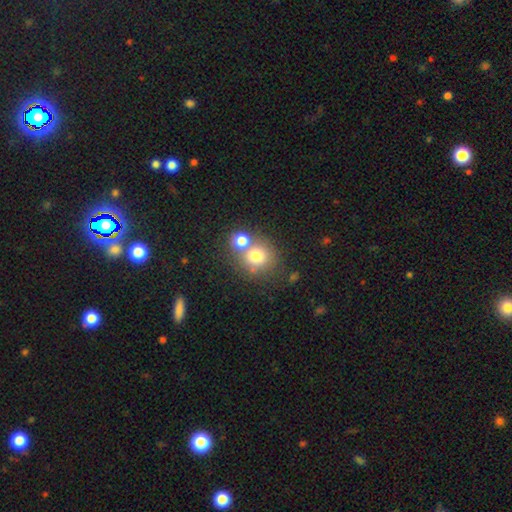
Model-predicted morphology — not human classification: Overall: smooth (74%). How rounded: round (83%). Merging: merger (44%, tied with none).